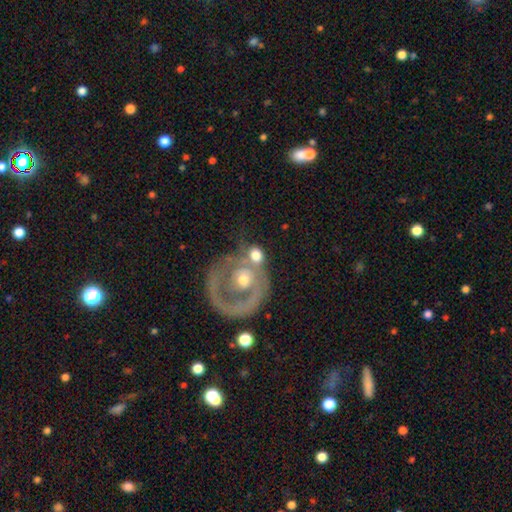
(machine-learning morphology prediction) featured or disk 51%, smooth 42%, star or artifact 7%. Down the decision tree: edge-on disk — no (96%); merging — merger (39%).